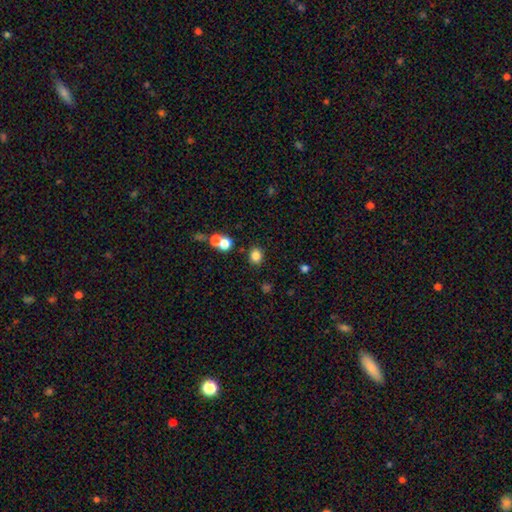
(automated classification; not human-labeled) Smooth or featured? smooth (81%)
How rounded? round (68%)
Merging? none (81%)